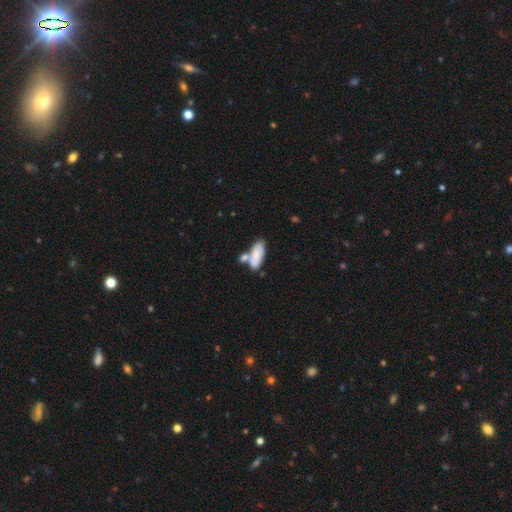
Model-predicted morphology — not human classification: smooth-or-featured: smooth: 71% | featured or disk: 23% | star or artifact: 7%
  how-rounded: in between: 83% | cigar-shaped: 15% | round: 2%
  merging: none: 41% | merger: 39% | minor disturbance: 15% | major disturbance: 5%